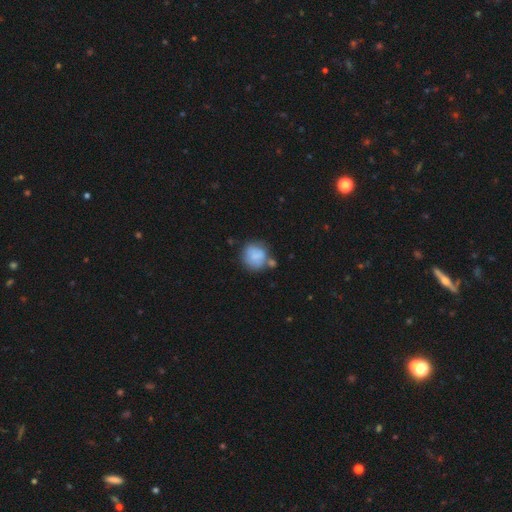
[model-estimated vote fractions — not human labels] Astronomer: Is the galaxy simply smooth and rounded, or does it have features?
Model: smooth — 77%.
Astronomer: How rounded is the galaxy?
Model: round — 83%.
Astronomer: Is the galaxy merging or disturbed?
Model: none — 50%.